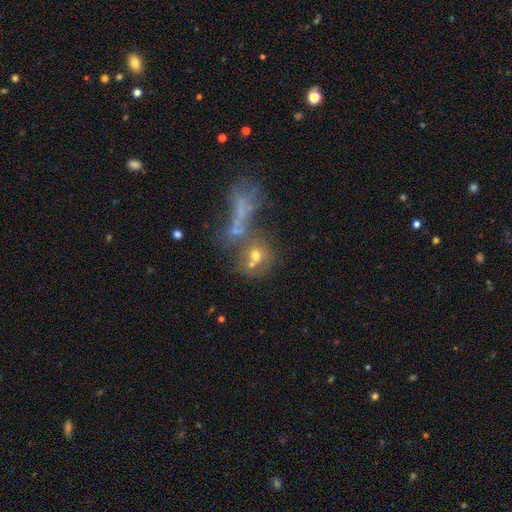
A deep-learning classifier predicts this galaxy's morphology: A smooth galaxy with no disk features (54%) that is round (72%). Merging: merger (41%).